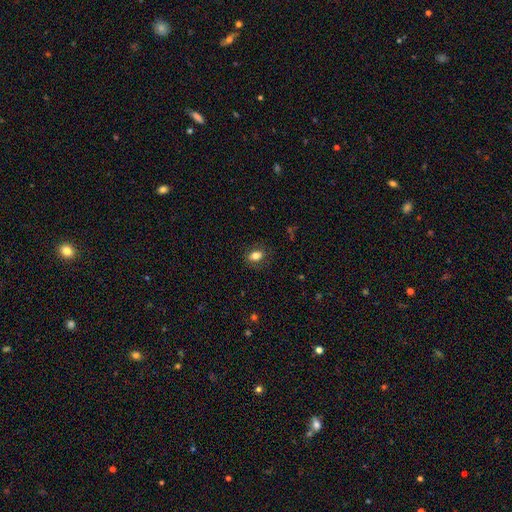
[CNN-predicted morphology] smooth_or_featured: smooth (p=0.81) [alt: star or artifact p=0.10]
how_rounded: in between (p=0.77) [alt: round p=0.21]
merging: none (p=0.84) [alt: minor disturbance p=0.11]